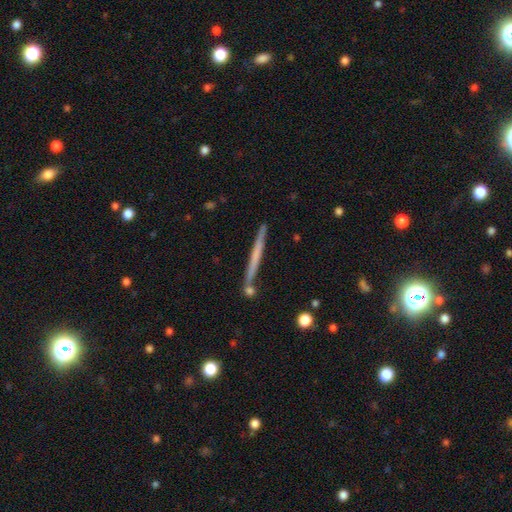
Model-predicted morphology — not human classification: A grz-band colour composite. It shows a featured or disk galaxy (49%). Merging: none (85%).